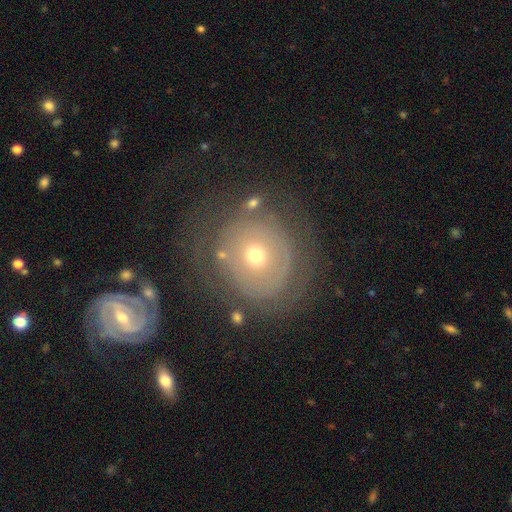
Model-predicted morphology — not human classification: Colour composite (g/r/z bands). It shows a featured or disk galaxy (54%) with no bar (87%), no spiral arms (51%) and a small central bulge (54%). Merging: none (62%).